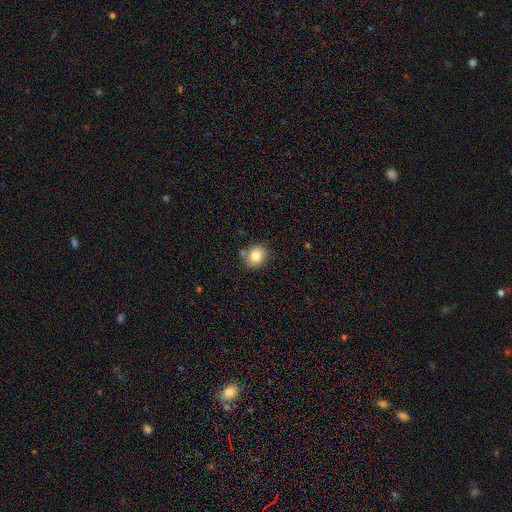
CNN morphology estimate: Smooth or featured: smooth — 82% (star or artifact — 9%)
How rounded: round — 72% (in between — 27%)
Merging: none — 73% (minor disturbance — 16%)